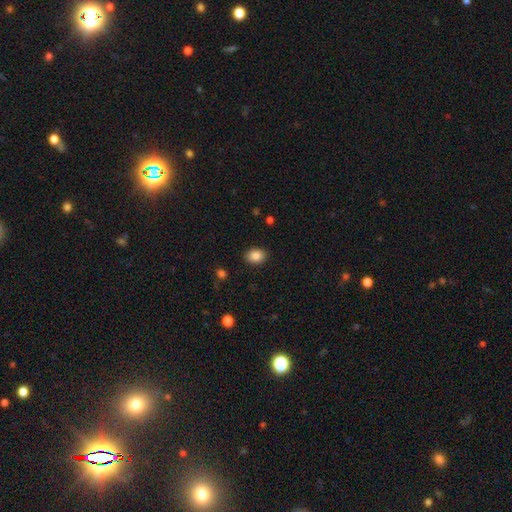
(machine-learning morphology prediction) Overall: smooth (87%). How rounded: in between (65%; round 34%). Merging: none (88%).